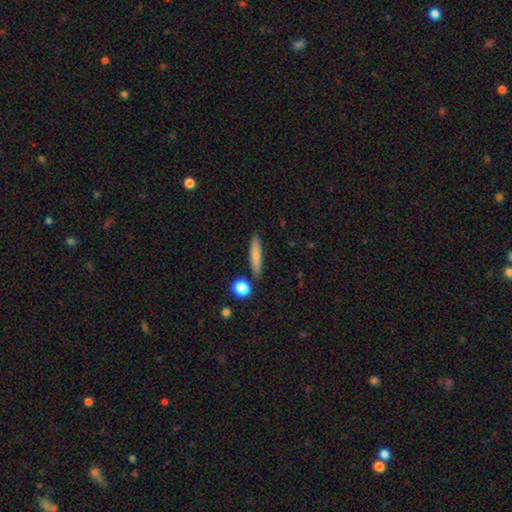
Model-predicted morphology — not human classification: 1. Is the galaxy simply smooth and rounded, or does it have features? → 79% smooth, 14% featured or disk, 7% star or artifact.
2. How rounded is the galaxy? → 82% cigar-shaped, 15% in between, 3% round.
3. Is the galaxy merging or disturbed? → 86% none, 9% minor disturbance, 4% merger, 2% major disturbance.